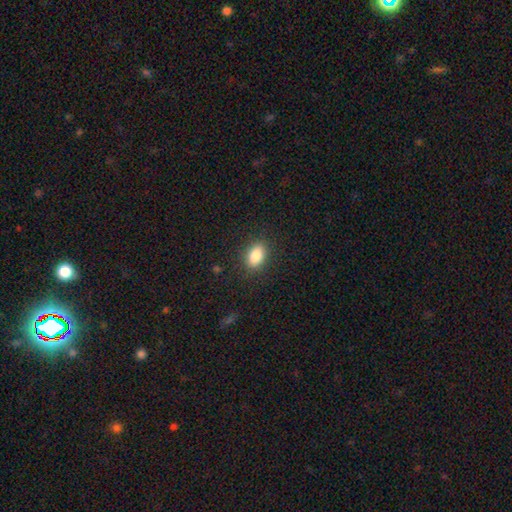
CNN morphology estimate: This is clearly a smooth galaxy (86%). How rounded: clearly in between (85%). Merging: clearly none (87%).